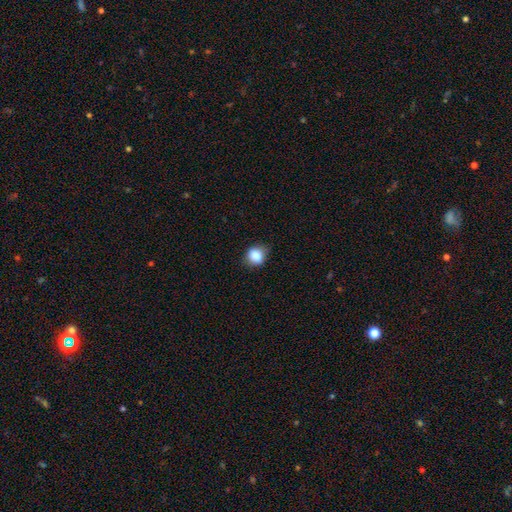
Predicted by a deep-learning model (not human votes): smooth_or_featured: smooth (p=0.86) [alt: star or artifact p=0.09]
how_rounded: round (p=0.71) [alt: in between p=0.28]
merging: none (p=0.74) [alt: minor disturbance p=0.21]